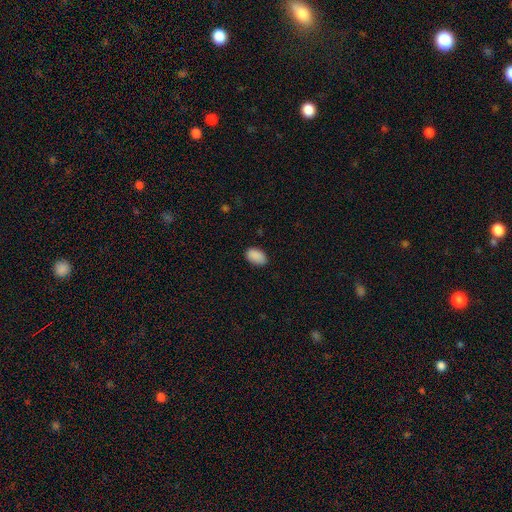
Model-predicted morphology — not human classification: Smooth or featured? smooth (90%)
How rounded? in between (92%)
Merging? none (85%)